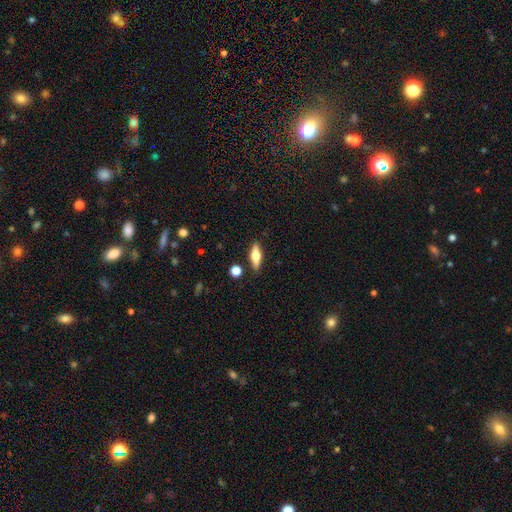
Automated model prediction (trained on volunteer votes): smooth_or_featured: smooth (p=0.53) [alt: featured or disk p=0.40]
how_rounded: in between (p=0.53) [alt: cigar-shaped p=0.43]
merging: none (p=0.86) [alt: minor disturbance p=0.09]